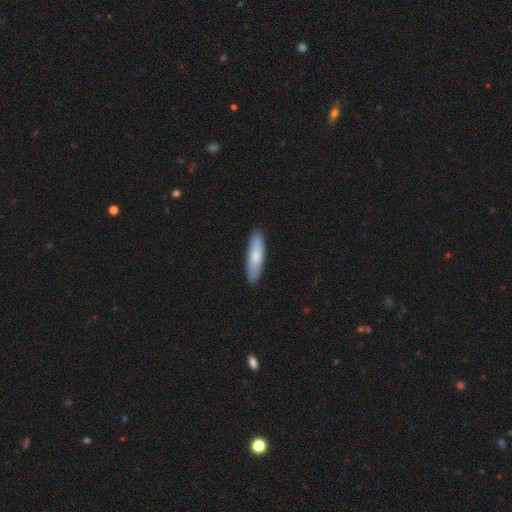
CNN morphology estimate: Smooth or featured? smooth (75%)
How rounded? cigar-shaped (72%)
Merging? none (89%)